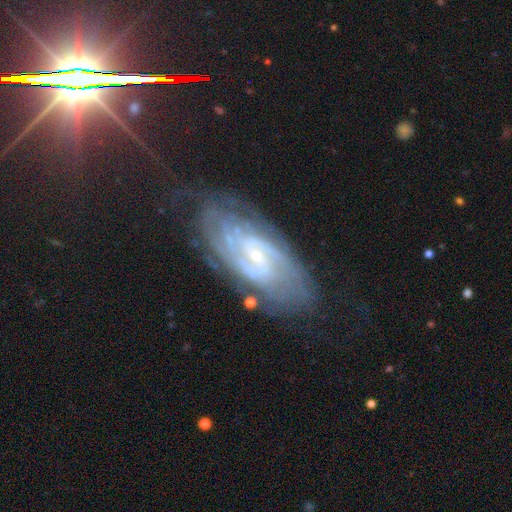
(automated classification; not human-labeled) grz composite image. It shows a featured or disk galaxy (85%) with a weak bar (52%), 2 (36%) tight (62%) spiral arms (96%) and a small central bulge (70%). Merging: none (70%).